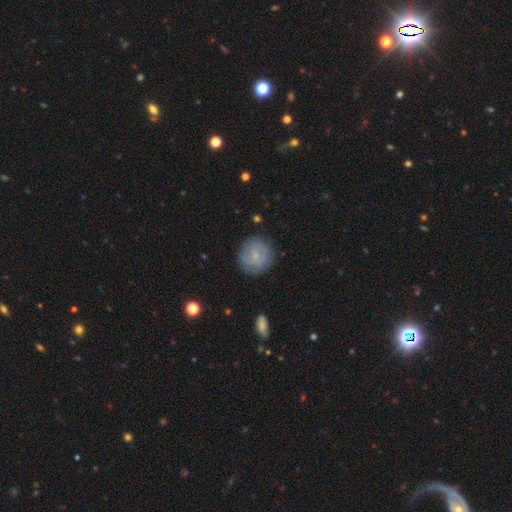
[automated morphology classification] Overall: smooth (58%; featured or disk 34%). How rounded: round (90%). Merging: none (80%).